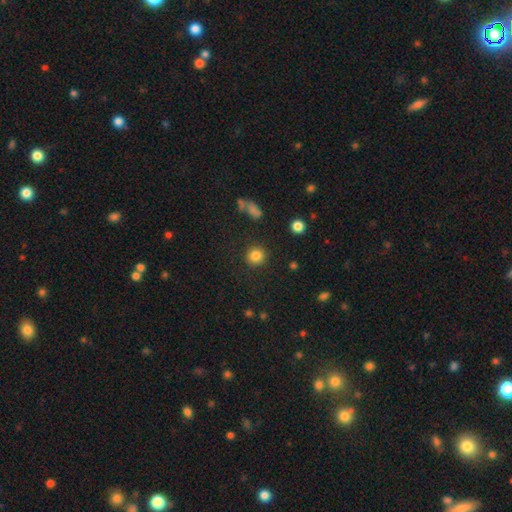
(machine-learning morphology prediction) type=smooth (84%); roundness=round (90%); merging=none (89%).